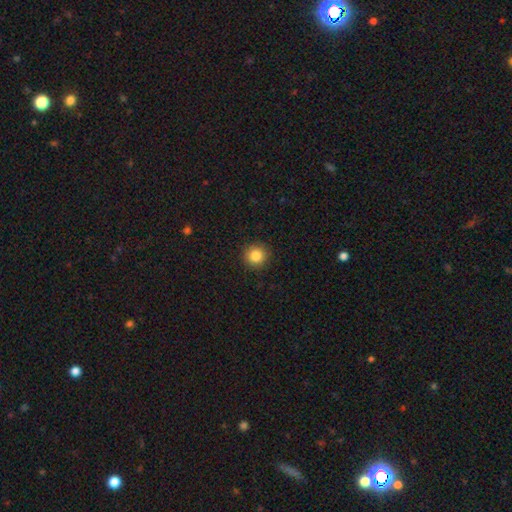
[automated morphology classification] type=smooth (85%); roundness=round (94%); merging=none (92%).